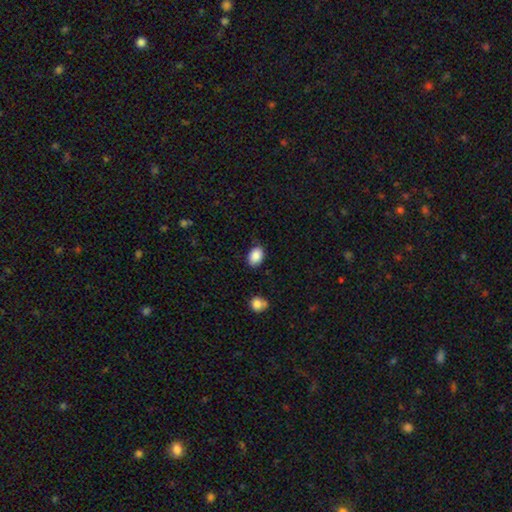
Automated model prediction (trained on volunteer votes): smooth 88%, star or artifact 8%, featured or disk 4%. Down the decision tree: how rounded — in between (82%); merging — none (82%).